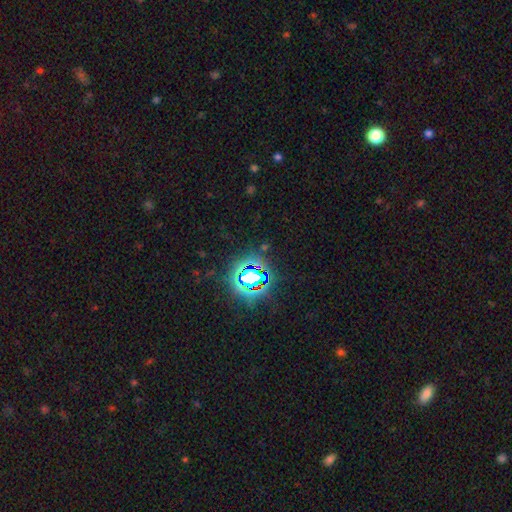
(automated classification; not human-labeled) A star or artifact, not a galaxy (79%).